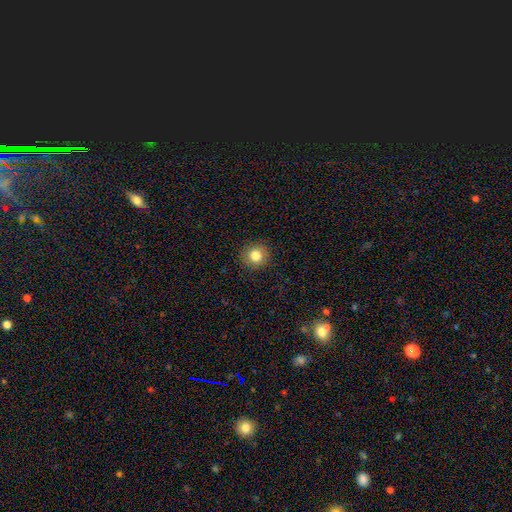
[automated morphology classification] Smooth or featured? smooth (83%)
How rounded? round (91%)
Merging? none (90%)